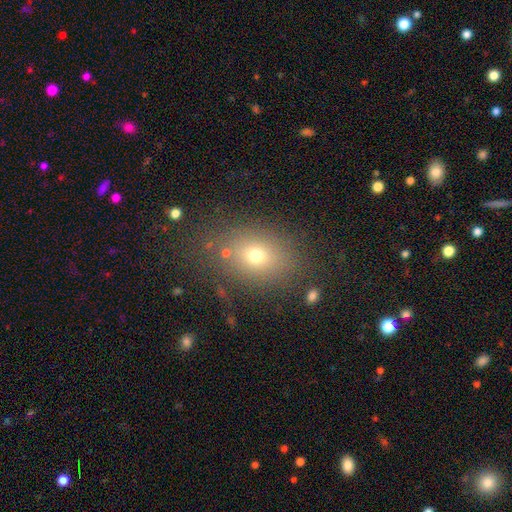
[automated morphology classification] Smooth or featured?
  - smooth: 68% *
  - star or artifact: 18%
  - featured or disk: 14%
How rounded?
  - in between: 64% *
  - round: 34%
  - cigar-shaped: 2%
Merging?
  - none: 78% *
  - minor disturbance: 12%
  - major disturbance: 6%
  - merger: 4%